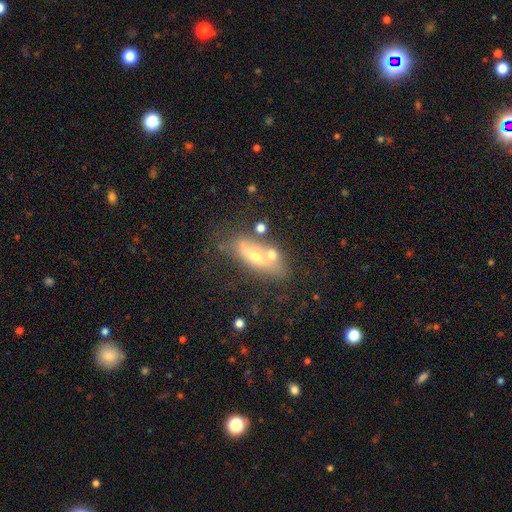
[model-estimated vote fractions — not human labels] Smooth or featured? smooth (49%)
Merging? none (46%)